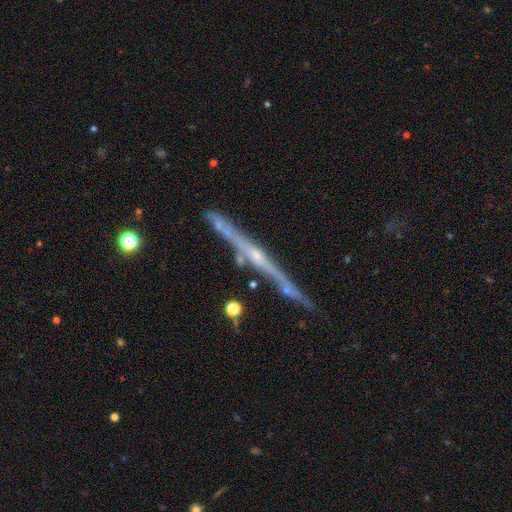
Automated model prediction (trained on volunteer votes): Smooth or featured?
  - featured or disk: 83% *
  - smooth: 11%
  - star or artifact: 7%
Edge-on disk?
  - yes: 98% *
  - no: 2%
Edge-on bulge?
  - rounded: 64% *
  - none: 30%
  - boxy: 7%
Merging?
  - none: 85% *
  - minor disturbance: 9%
  - merger: 3%
  - major disturbance: 2%